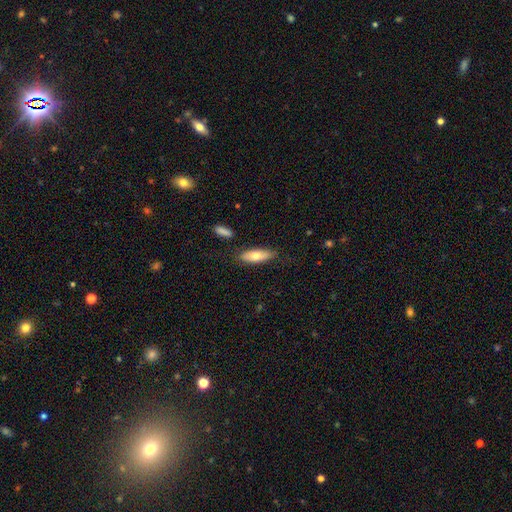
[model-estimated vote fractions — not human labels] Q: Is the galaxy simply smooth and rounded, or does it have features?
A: smooth — 70%.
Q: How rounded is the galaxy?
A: in between — 66%.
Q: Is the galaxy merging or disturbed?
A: none — 77%.